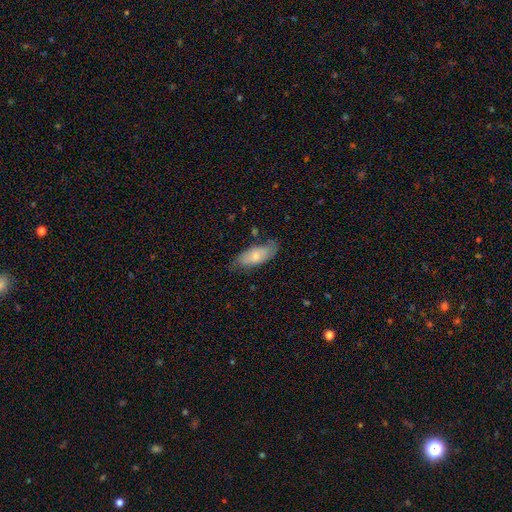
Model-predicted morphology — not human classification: type=smooth (70%); roundness=in between (80%); merging=none (67%).